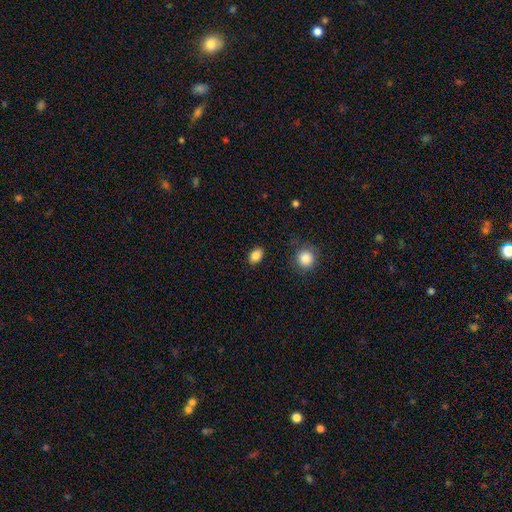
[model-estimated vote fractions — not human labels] This is clearly a smooth galaxy (86%). How rounded: likely in between (76%). Merging: clearly none (87%).